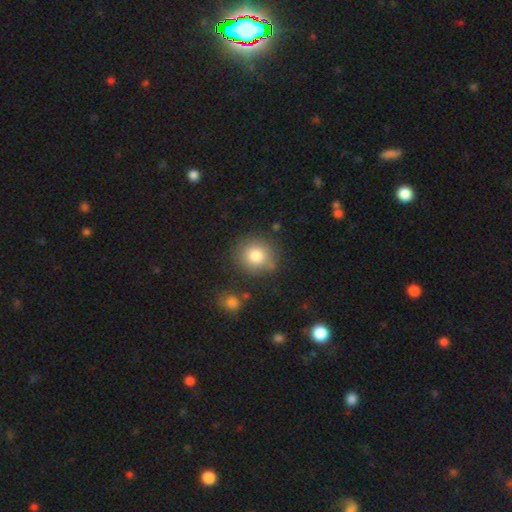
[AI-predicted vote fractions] smooth_or_featured: smooth (p=0.82) [alt: star or artifact p=0.10]
how_rounded: round (p=0.88) [alt: in between p=0.11]
merging: none (p=0.79) [alt: minor disturbance p=0.12]